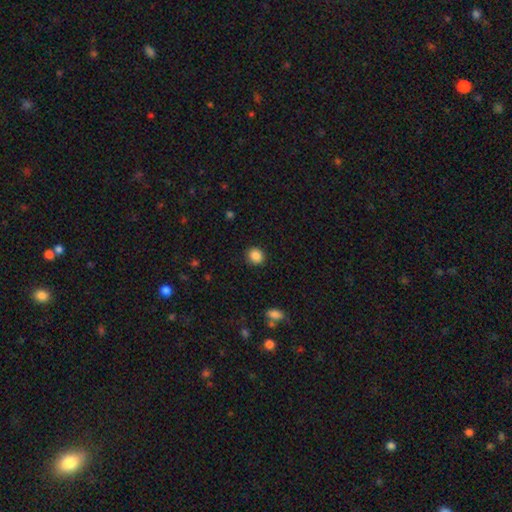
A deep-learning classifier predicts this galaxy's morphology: A smooth galaxy with no disk features (87%) that is round (83%).

Vote fractions:
- Smooth or featured? smooth: 87% / star or artifact: 10% / featured or disk: 3%
- How rounded? round: 83% / in between: 16% / cigar-shaped: 1%
- Merging? none: 91% / minor disturbance: 6% / major disturbance: 2% / merger: 1%